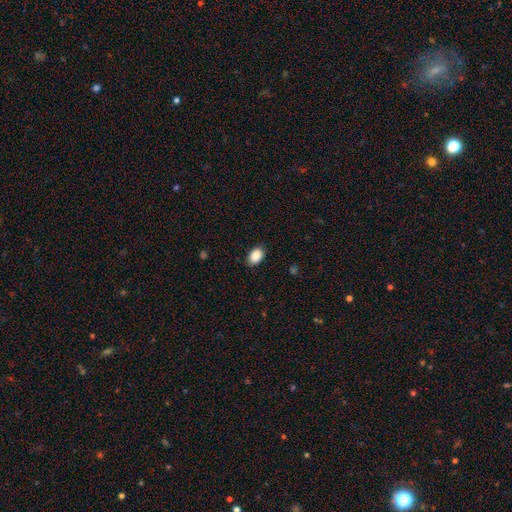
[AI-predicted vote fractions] smooth_or_featured: smooth (p=0.89) [alt: star or artifact p=0.08]
how_rounded: in between (p=0.83) [alt: round p=0.16]
merging: none (p=0.87) [alt: minor disturbance p=0.10]